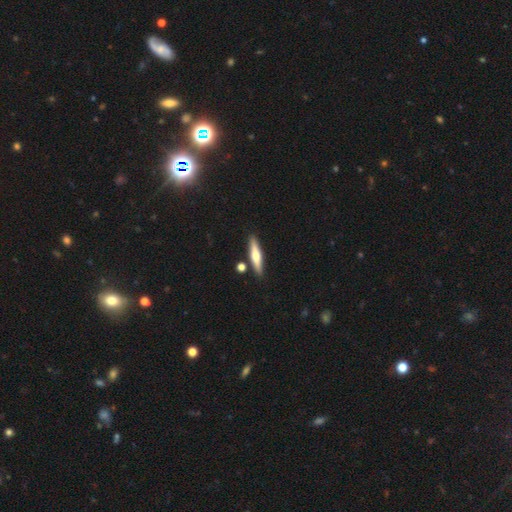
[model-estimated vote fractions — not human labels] This is possibly a smooth galaxy (49%). Merging: clearly none (85%).